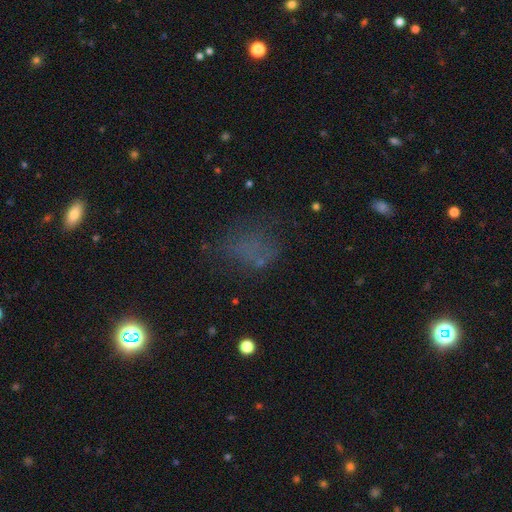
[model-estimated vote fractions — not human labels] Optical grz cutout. It shows a smooth galaxy with no disk features (48%). Merging: none (54%).